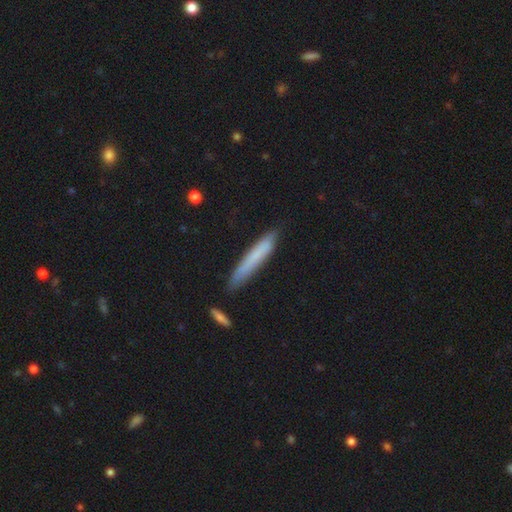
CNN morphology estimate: smooth 69%, featured or disk 24%, star or artifact 7%. Down the decision tree: how rounded — cigar-shaped (94%); merging — none (78%).